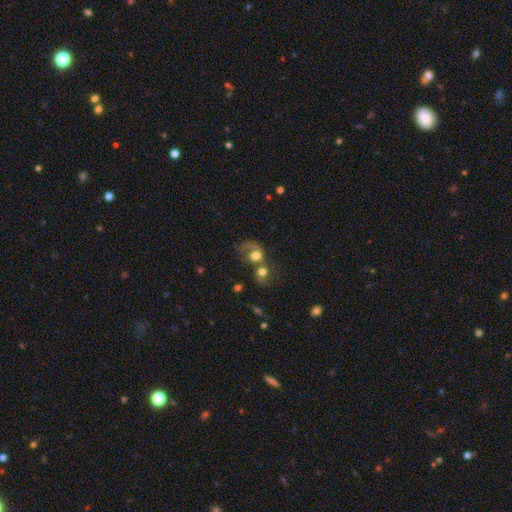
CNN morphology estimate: Smooth or featured? Predicted: smooth (p=0.56). How rounded? Predicted: round (p=0.62). Merging? Predicted: merger (p=0.56).